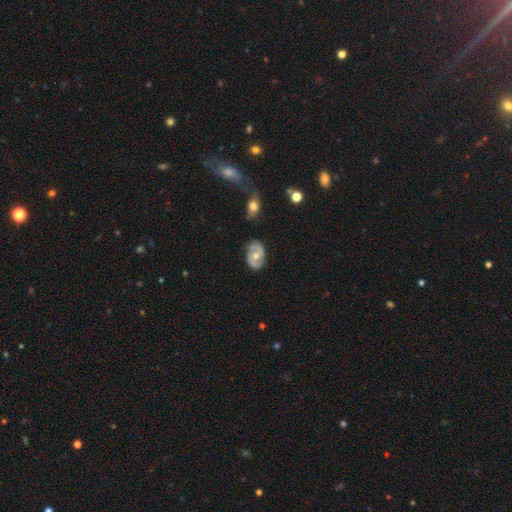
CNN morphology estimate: A featured or disk galaxy (61%) with no bar (69%), spiral arms (66%) and a moderate central bulge (73%).

Vote fractions:
- Smooth or featured? featured or disk: 61% / smooth: 33% / star or artifact: 6%
- Edge-on disk? no: 95% / yes: 5%
- Bar? no: 69% / weak: 25% / strong: 6%
- Spiral arms? yes: 66% / no: 34%
- Bulge size? moderate: 73% / small: 21% / large: 3% / none: 1% / dominant: 1%
- Merging? none: 75% / minor disturbance: 18% / major disturbance: 5% / merger: 2%